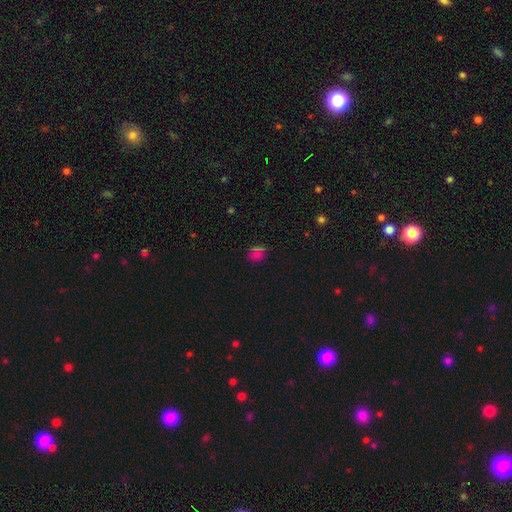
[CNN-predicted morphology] Smooth or featured: smooth — 57% (star or artifact — 35%)
How rounded: round — 66% (in between — 32%)
Merging: none — 77% (minor disturbance — 13%)